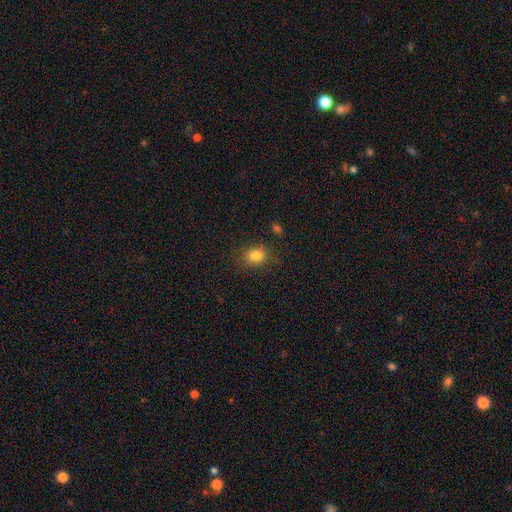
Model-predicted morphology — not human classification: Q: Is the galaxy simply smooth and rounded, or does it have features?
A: smooth — 82%.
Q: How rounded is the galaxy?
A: in between — 52%.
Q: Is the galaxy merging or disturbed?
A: none — 79%.